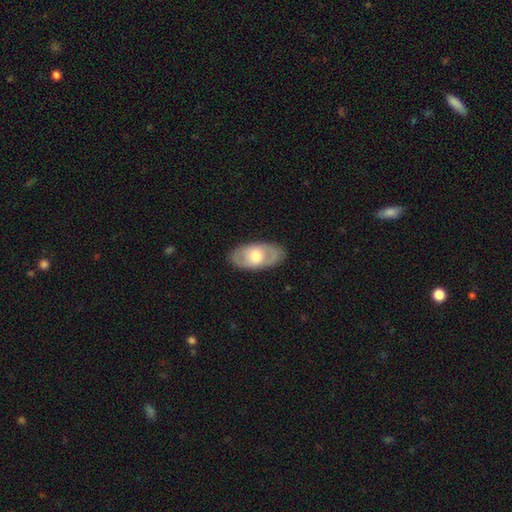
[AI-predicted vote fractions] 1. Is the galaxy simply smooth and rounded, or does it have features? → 49% smooth, 46% featured or disk, 5% star or artifact.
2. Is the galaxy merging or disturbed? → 85% none, 11% minor disturbance, 3% major disturbance, 1% merger.